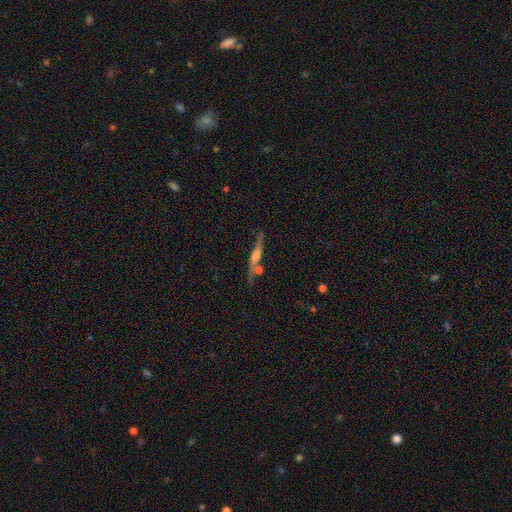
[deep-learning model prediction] Smooth or featured: featured or disk — 67% (smooth — 26%)
Edge-on disk: yes — 90% (no — 10%)
Edge-on bulge: rounded — 67% (boxy — 19%)
Merging: none — 68% (minor disturbance — 16%)